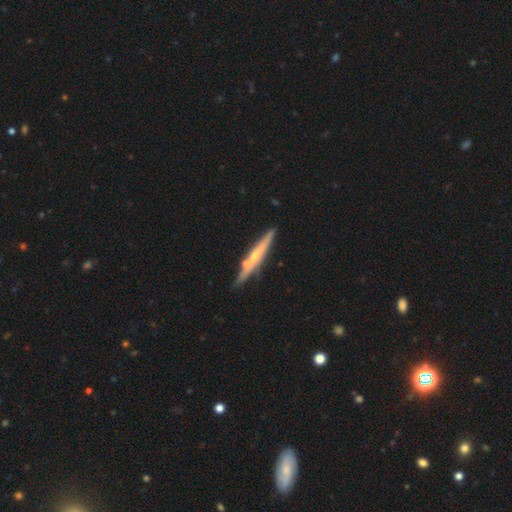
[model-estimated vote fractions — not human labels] Morphology: type=featured or disk (63%); edge-on=yes (95%); edge-on bulge=rounded (66%); merging=none (77%).